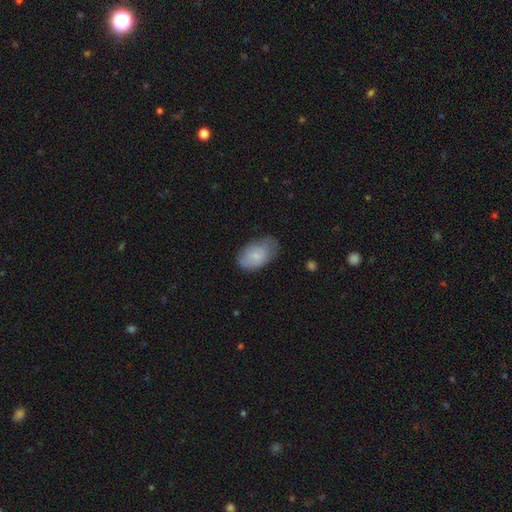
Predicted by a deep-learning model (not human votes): smooth_or_featured: smooth (p=0.75) [alt: featured or disk p=0.18]
how_rounded: in between (p=0.91) [alt: round p=0.07]
merging: none (p=0.55) [alt: minor disturbance p=0.33]